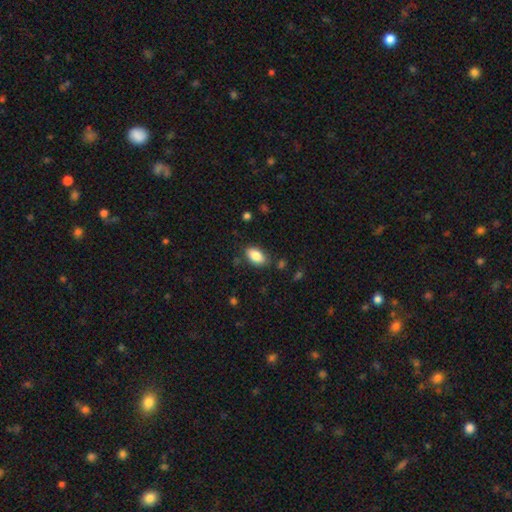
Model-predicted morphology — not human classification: Smooth or featured? Predicted: smooth (p=0.85). How rounded? Predicted: in between (p=0.92). Merging? Predicted: none (p=0.82).